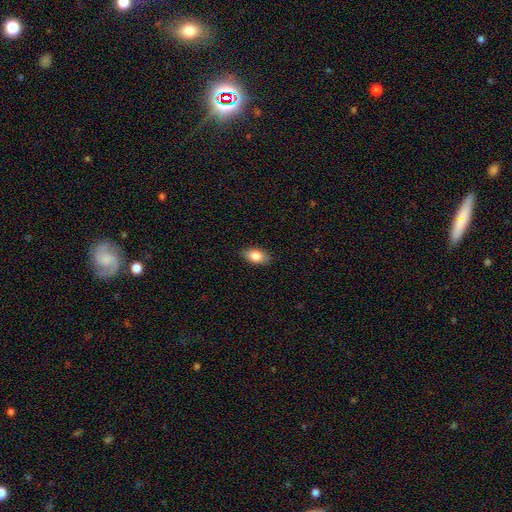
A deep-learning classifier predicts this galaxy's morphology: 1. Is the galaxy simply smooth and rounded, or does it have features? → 83% smooth, 10% featured or disk, 7% star or artifact.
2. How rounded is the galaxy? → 90% in between, 7% round, 3% cigar-shaped.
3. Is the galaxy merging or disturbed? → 86% none, 11% minor disturbance, 2% major disturbance, 1% merger.